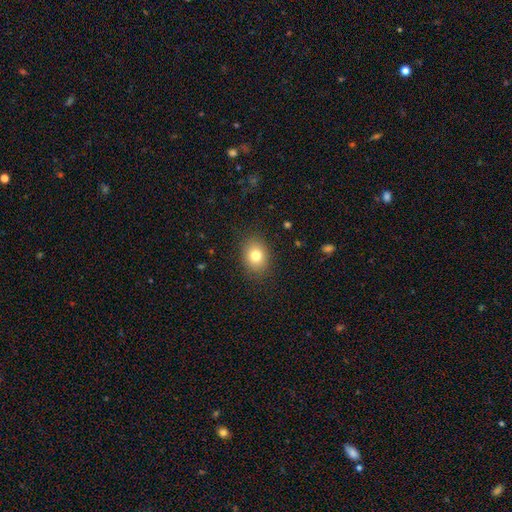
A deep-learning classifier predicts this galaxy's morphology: Overall: smooth (79%). How rounded: in between (57%; round 42%). Merging: none (87%).